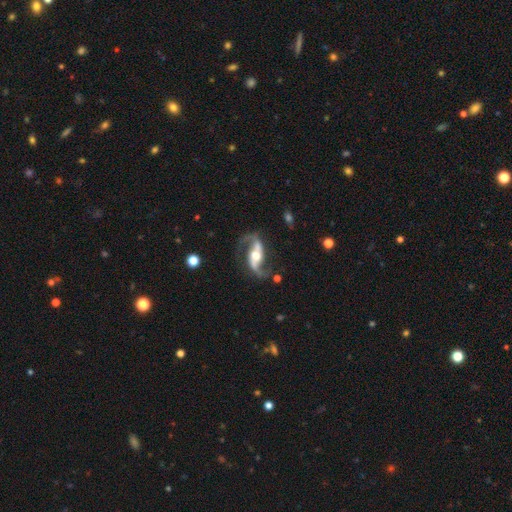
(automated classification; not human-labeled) This appears to be a featured or disk galaxy (91%) with a strong bar (39%), 2 (94%) loose (65%) spiral arms (97%) and a moderate central bulge (64%). Merging: none (75%).